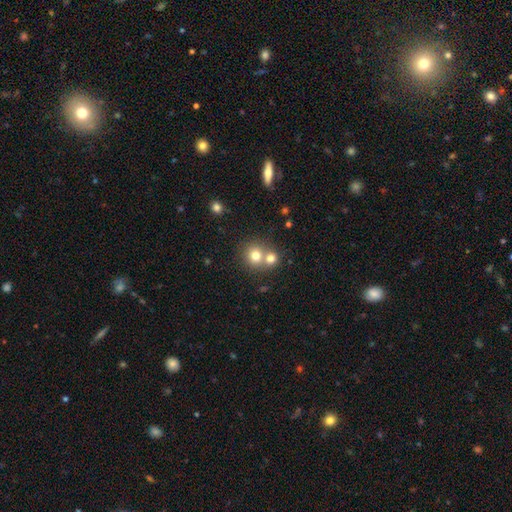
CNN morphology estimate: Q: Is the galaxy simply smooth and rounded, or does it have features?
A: smooth — 75%.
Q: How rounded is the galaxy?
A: round — 87%.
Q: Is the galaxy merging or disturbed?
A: merger — 46%, tied with none.